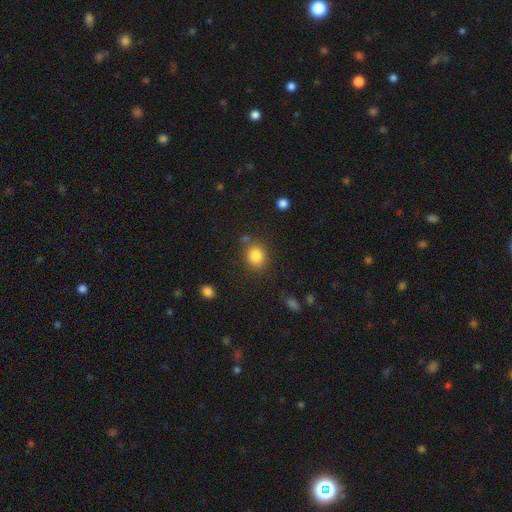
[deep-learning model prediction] This is clearly a smooth galaxy (84%). How rounded: likely round (63%). Merging: likely none (78%).